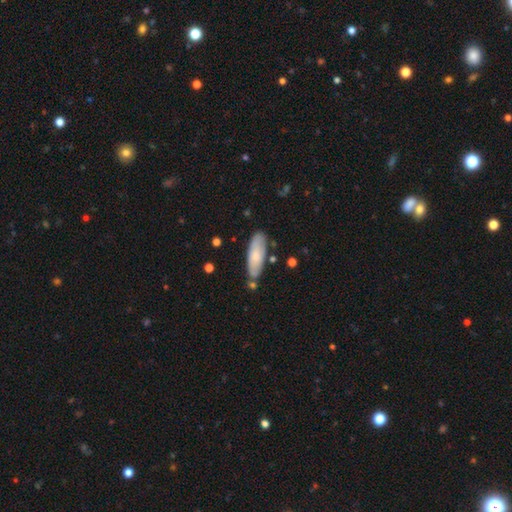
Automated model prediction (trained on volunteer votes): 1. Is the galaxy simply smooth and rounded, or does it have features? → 73% smooth, 21% featured or disk, 6% star or artifact.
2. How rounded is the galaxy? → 55% in between, 43% cigar-shaped, 2% round.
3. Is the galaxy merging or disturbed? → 74% none, 17% minor disturbance, 6% merger, 3% major disturbance.